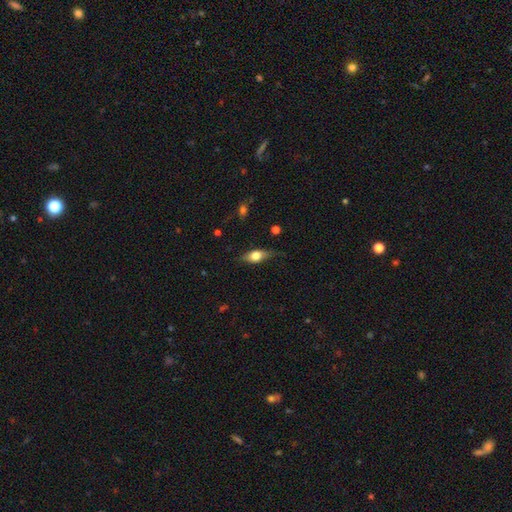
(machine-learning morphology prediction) smooth 57%, featured or disk 36%, star or artifact 8%. Down the decision tree: how rounded — in between (72%); merging — none (68%).